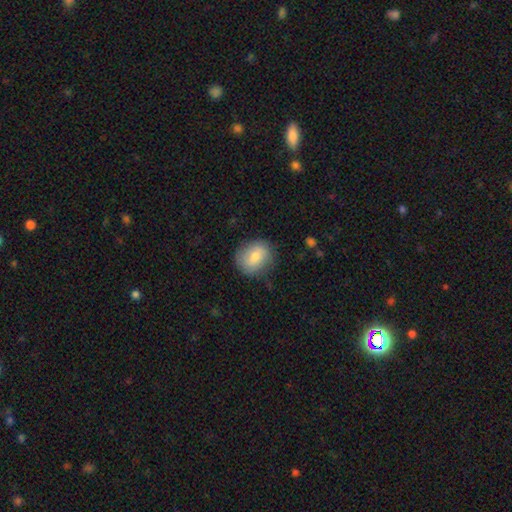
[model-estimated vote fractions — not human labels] smooth-or-featured: smooth: 74% | featured or disk: 19% | star or artifact: 7%
  how-rounded: round: 65% | in between: 34% | cigar-shaped: 1%
  merging: none: 80% | minor disturbance: 14% | major disturbance: 4% | merger: 1%